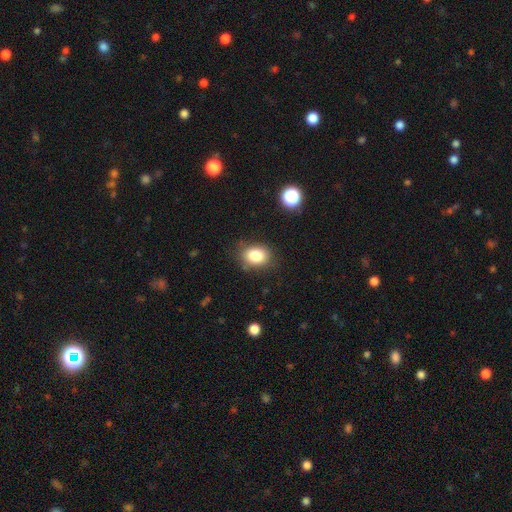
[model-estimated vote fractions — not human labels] Smooth or featured?
  - smooth: 83% *
  - star or artifact: 10%
  - featured or disk: 7%
How rounded?
  - in between: 62% *
  - round: 37%
  - cigar-shaped: 1%
Merging?
  - none: 81% *
  - minor disturbance: 13%
  - major disturbance: 4%
  - merger: 2%